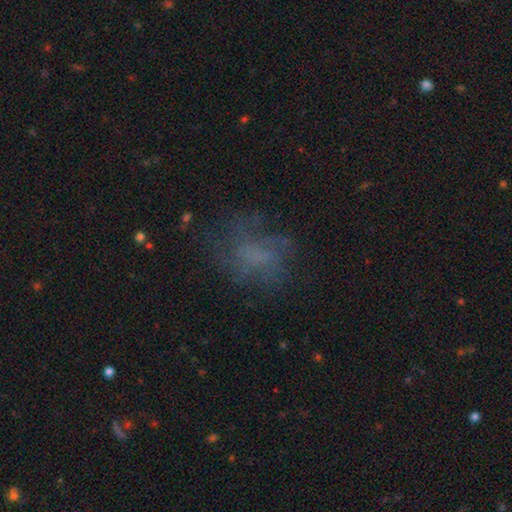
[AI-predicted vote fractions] Smooth or featured? Predicted: featured or disk (p=0.39). Merging? Predicted: none (p=0.58).